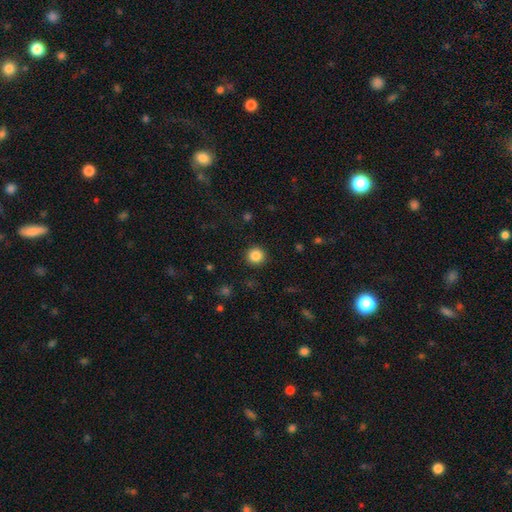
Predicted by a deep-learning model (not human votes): Smooth or featured: smooth — 85% (star or artifact — 11%)
How rounded: round — 95% (in between — 5%)
Merging: none — 92% (minor disturbance — 5%)